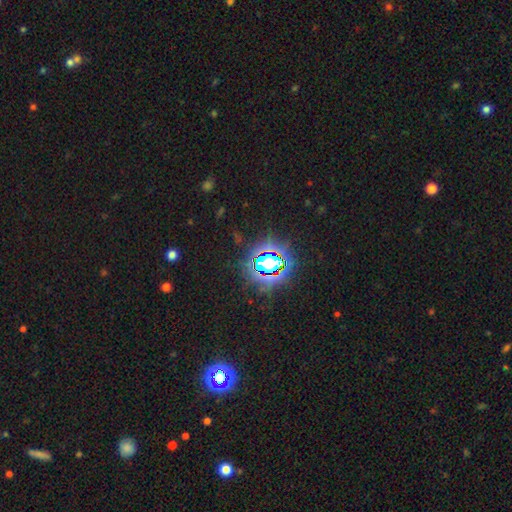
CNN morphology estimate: The model was most divided on "smooth or featured": star or artifact: 81%, smooth: 11%, featured or disk: 7%.